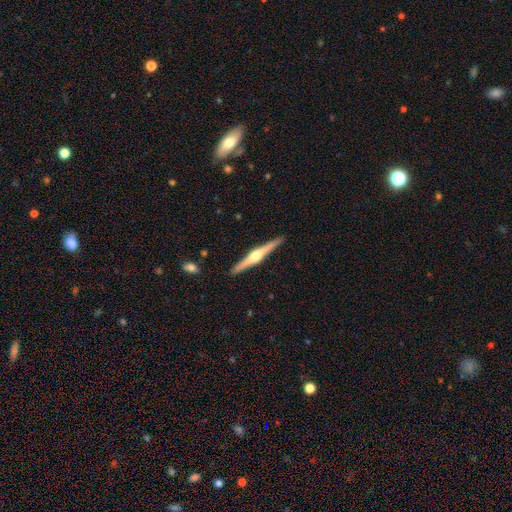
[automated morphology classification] Smooth or featured: featured or disk — 80% (smooth — 15%)
Edge-on disk: yes — 98% (no — 2%)
Edge-on bulge: rounded — 92% (boxy — 5%)
Merging: none — 92% (minor disturbance — 6%)